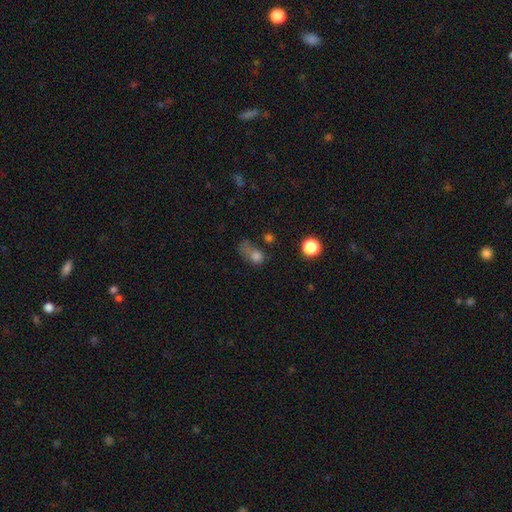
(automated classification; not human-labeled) smooth_or_featured: smooth (p=0.70) [alt: star or artifact p=0.16]
how_rounded: in between (p=0.54) [alt: round p=0.44]
merging: major disturbance (p=0.38) [alt: none p=0.26]